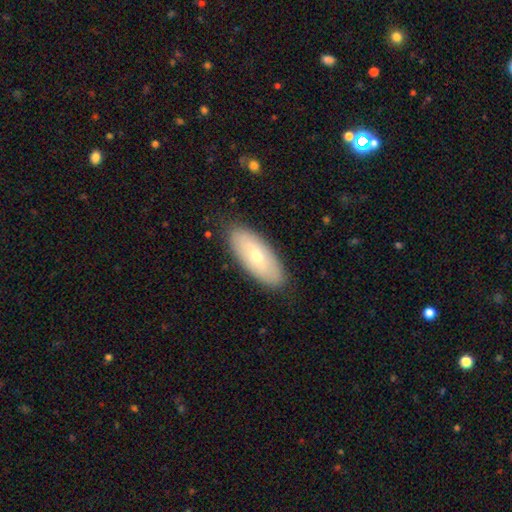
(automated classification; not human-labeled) Q: Smooth or featured?
A: smooth (62%); runner-up: featured or disk (32%)
Q: How rounded?
A: in between (83%); runner-up: cigar-shaped (15%)
Q: Merging?
A: none (85%); runner-up: minor disturbance (11%)